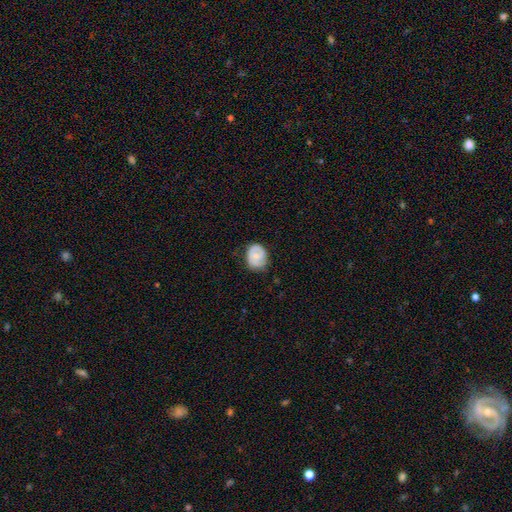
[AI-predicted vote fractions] Smooth or featured: smooth — 53% (featured or disk — 40%)
How rounded: round — 50% (in between — 49%)
Merging: none — 66% (minor disturbance — 26%)